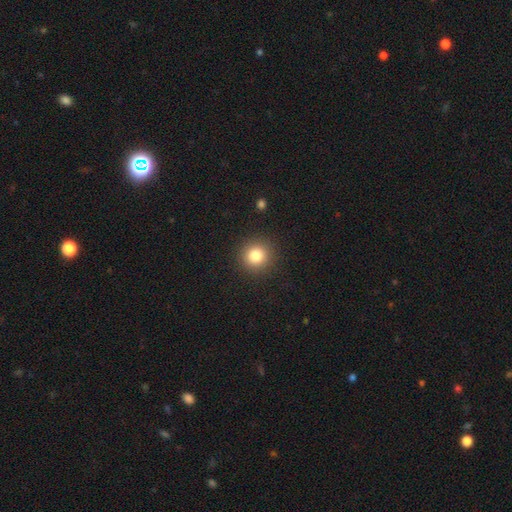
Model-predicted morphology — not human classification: A smooth galaxy with no disk features (82%) that is round (93%).

Vote fractions:
- Smooth or featured? smooth: 82% / star or artifact: 11% / featured or disk: 7%
- How rounded? round: 93% / in between: 6% / cigar-shaped: 1%
- Merging? none: 91% / minor disturbance: 6% / major disturbance: 2% / merger: 1%